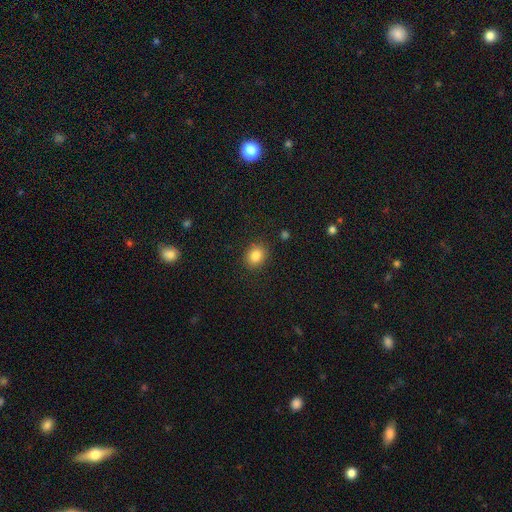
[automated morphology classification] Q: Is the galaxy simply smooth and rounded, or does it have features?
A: smooth — 85%.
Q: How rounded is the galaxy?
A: round — 53%.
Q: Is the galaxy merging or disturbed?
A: none — 87%.